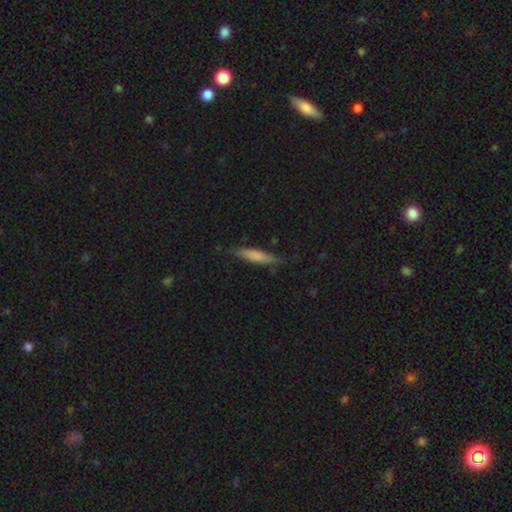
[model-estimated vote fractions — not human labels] smooth 70%, featured or disk 23%, star or artifact 6%. Down the decision tree: how rounded — cigar-shaped (85%); merging — none (77%).